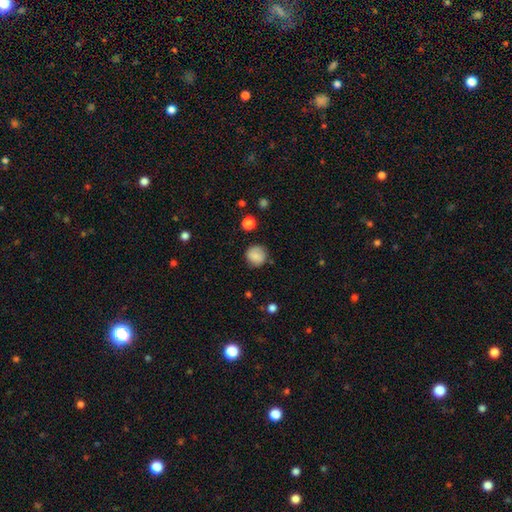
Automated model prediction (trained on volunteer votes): Q: Smooth or featured?
A: smooth (85%); runner-up: star or artifact (9%)
Q: How rounded?
A: round (90%); runner-up: in between (9%)
Q: Merging?
A: none (81%); runner-up: minor disturbance (13%)